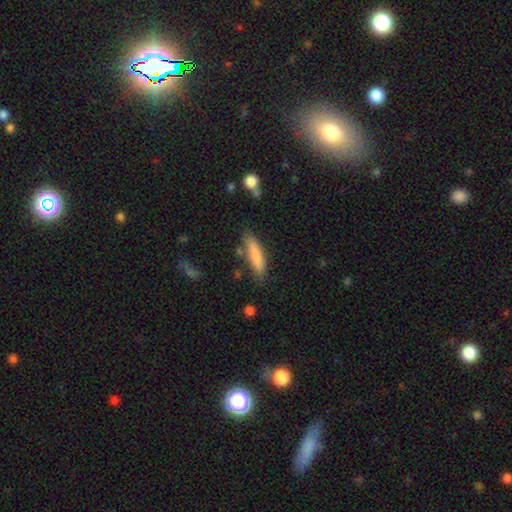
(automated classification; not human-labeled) This appears to be a smooth galaxy with no disk features (81%) that is cigar-shaped (80%). Merging: none (80%).